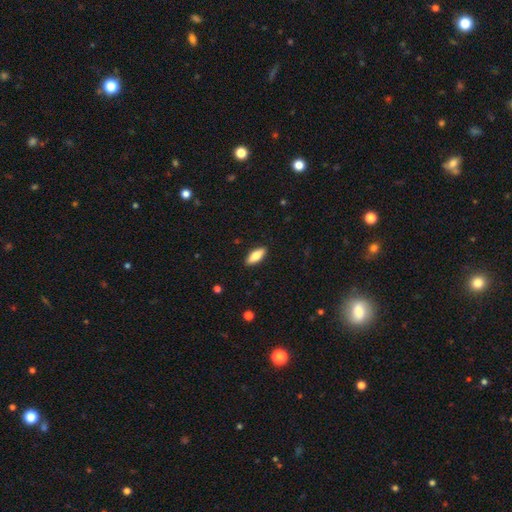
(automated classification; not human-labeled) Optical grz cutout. It shows a smooth galaxy with no disk features (78%) that is in between round and cigar-shaped (75%). Merging: none (90%).